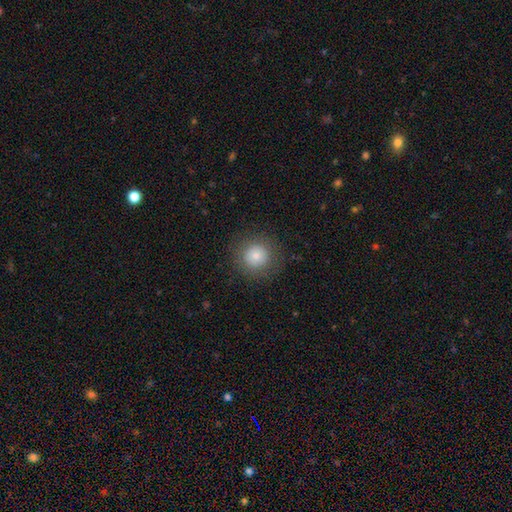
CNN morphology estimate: smooth_or_featured: smooth (p=0.81) [alt: star or artifact p=0.10]
how_rounded: round (p=0.93) [alt: in between p=0.06]
merging: none (p=0.87) [alt: minor disturbance p=0.08]